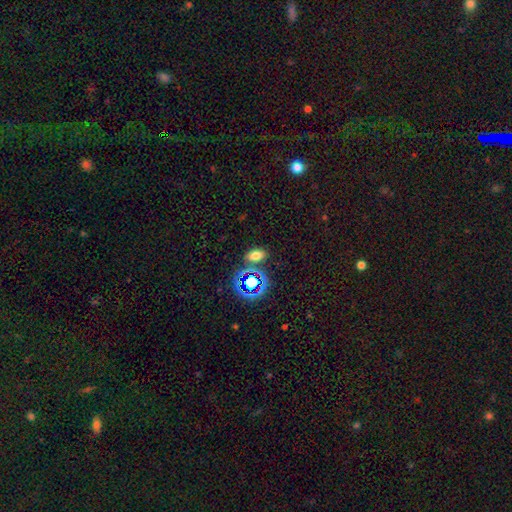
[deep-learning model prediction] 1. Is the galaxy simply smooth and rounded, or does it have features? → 67% smooth, 25% star or artifact, 8% featured or disk.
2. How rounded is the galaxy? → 85% in between, 12% round, 3% cigar-shaped.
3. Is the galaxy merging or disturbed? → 78% none, 10% minor disturbance, 8% merger, 4% major disturbance.